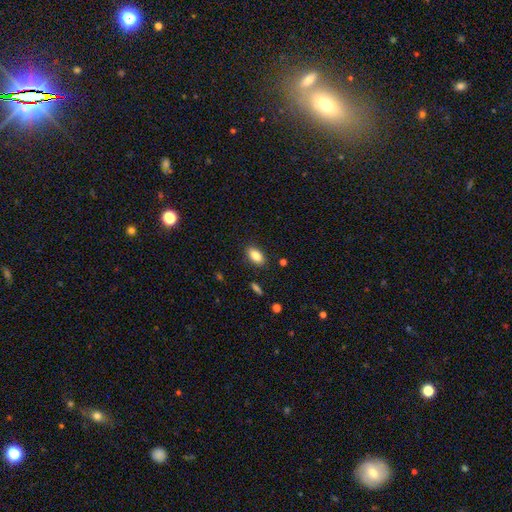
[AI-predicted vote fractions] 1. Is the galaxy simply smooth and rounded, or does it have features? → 84% smooth, 8% featured or disk, 8% star or artifact.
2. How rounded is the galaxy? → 90% in between, 5% cigar-shaped, 5% round.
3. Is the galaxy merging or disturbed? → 87% none, 9% minor disturbance, 2% major disturbance, 2% merger.